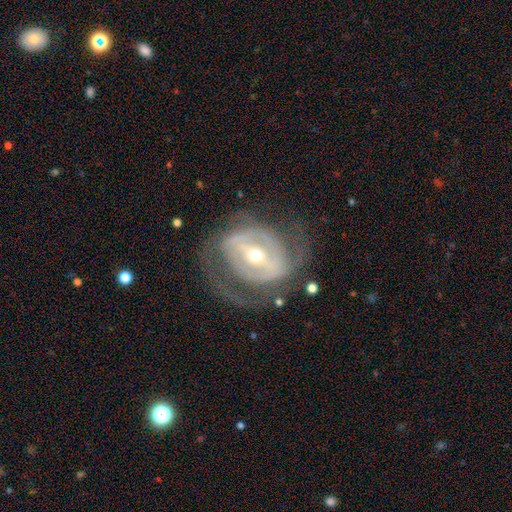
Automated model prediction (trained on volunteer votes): This appears to be a featured or disk galaxy (82%) with a strong bar (45%), 2 (53%) tight (46%) spiral arms (70%) and a small central bulge (50%). Merging: none (60%).